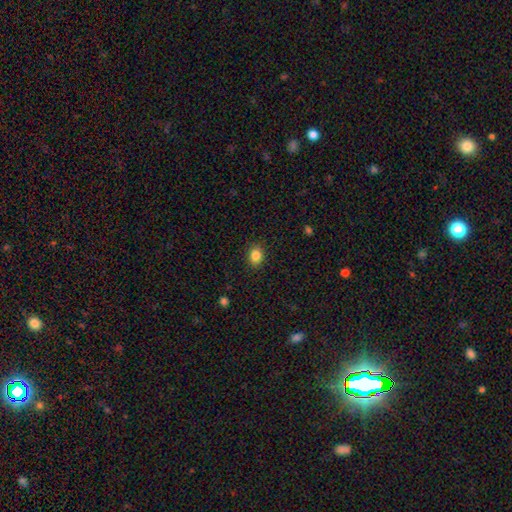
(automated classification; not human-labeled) Smooth or featured?
  - smooth: 85% *
  - star or artifact: 10%
  - featured or disk: 5%
How rounded?
  - in between: 58% *
  - round: 41%
  - cigar-shaped: 1%
Merging?
  - none: 88% *
  - minor disturbance: 8%
  - major disturbance: 2%
  - merger: 1%